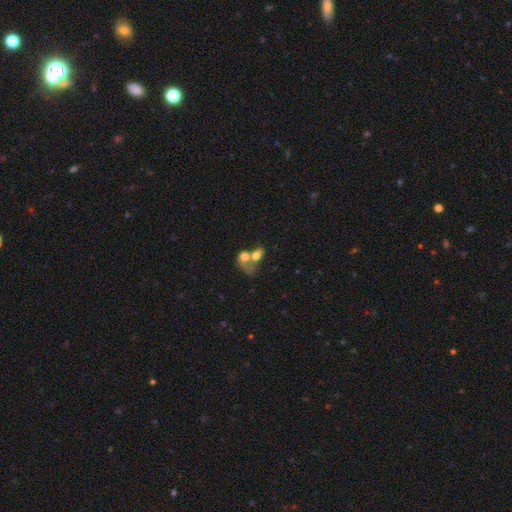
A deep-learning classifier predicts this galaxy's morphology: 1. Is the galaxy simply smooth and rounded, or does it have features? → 63% smooth, 26% featured or disk, 11% star or artifact.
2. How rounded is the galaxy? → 63% in between, 35% round, 2% cigar-shaped.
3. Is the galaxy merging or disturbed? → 71% merger, 12% none, 11% major disturbance, 6% minor disturbance.